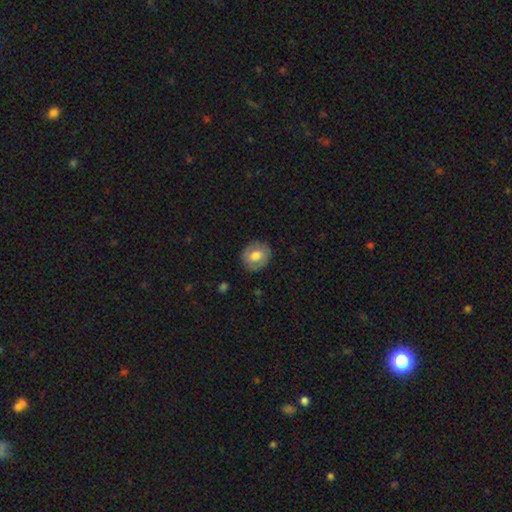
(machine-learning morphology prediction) Smooth or featured: smooth — 63% (featured or disk — 30%)
How rounded: round — 71% (in between — 28%)
Merging: none — 84% (minor disturbance — 12%)